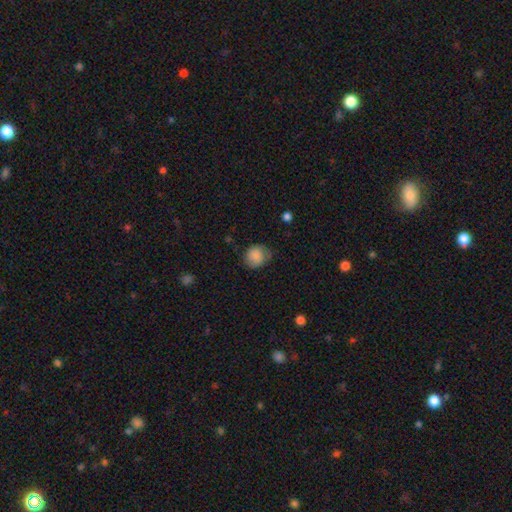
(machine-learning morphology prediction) smooth_or_featured: smooth (p=0.83) [alt: featured or disk p=0.09]
how_rounded: round (p=0.75) [alt: in between p=0.24]
merging: none (p=0.61) [alt: minor disturbance p=0.29]